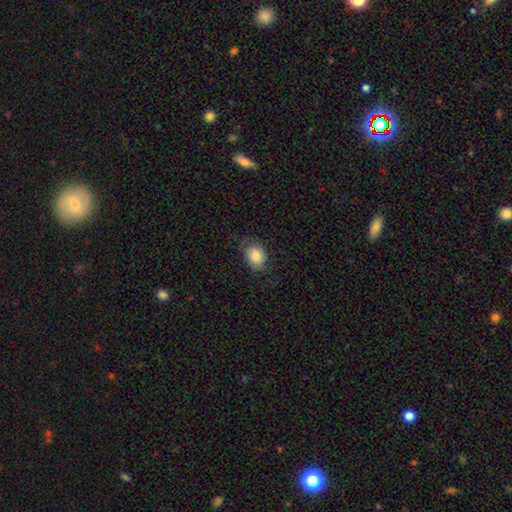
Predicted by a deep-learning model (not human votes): A smooth galaxy with no disk features (82%) that is in between round and cigar-shaped (61%).

Vote fractions:
- Smooth or featured? smooth: 82% / featured or disk: 11% / star or artifact: 8%
- How rounded? in between: 61% / round: 38% / cigar-shaped: 1%
- Merging? none: 65% / minor disturbance: 25% / major disturbance: 10% / merger: 1%